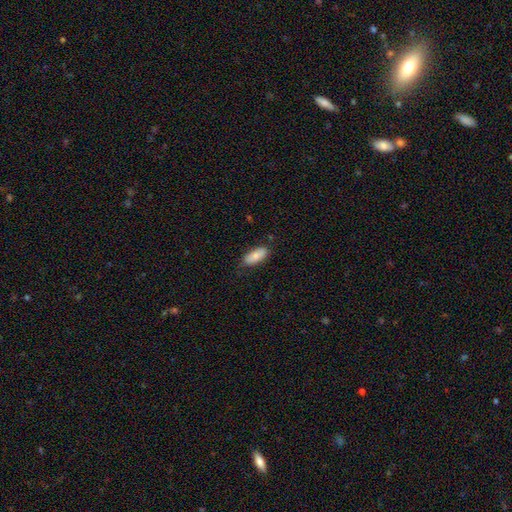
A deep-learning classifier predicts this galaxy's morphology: Smooth or featured: smooth — 81% (featured or disk — 12%)
How rounded: in between — 87% (cigar-shaped — 11%)
Merging: none — 80% (minor disturbance — 16%)